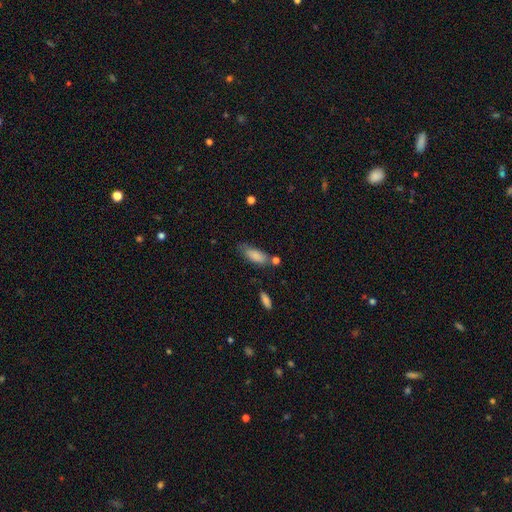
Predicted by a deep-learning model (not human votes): This appears to be a smooth galaxy with no disk features (83%) that is in between round and cigar-shaped (72%). Merging: none (54%).